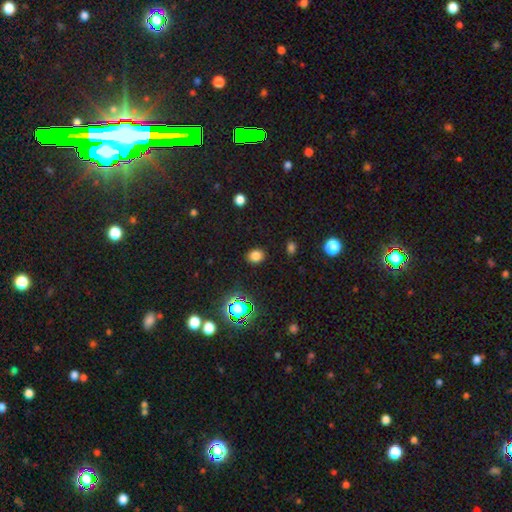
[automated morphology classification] This is likely a smooth galaxy (78%). How rounded: possibly round (59%). Merging: clearly none (88%).